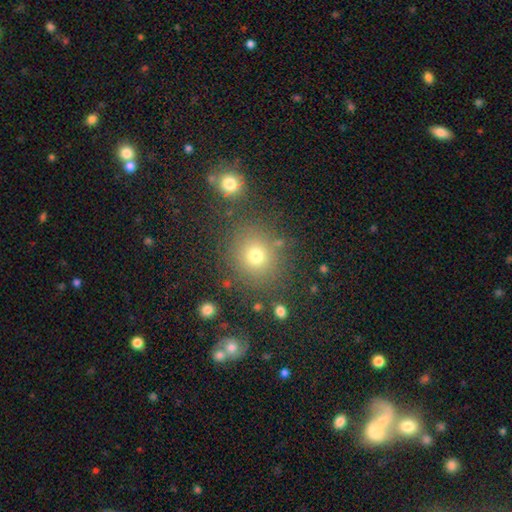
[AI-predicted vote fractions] Morphology: type=smooth (73%); roundness=round (84%); merging=none (82%).